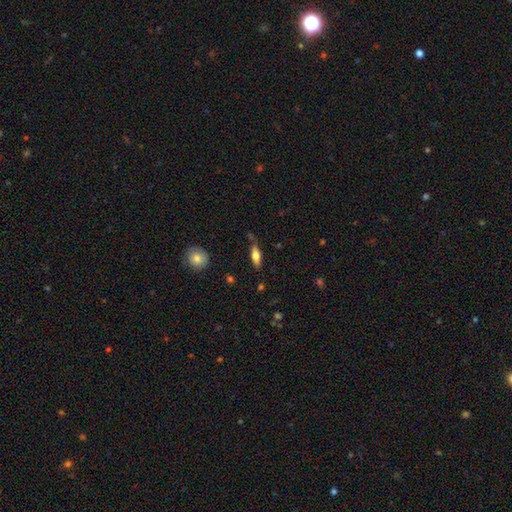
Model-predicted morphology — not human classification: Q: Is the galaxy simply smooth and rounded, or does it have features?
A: smooth — 61%.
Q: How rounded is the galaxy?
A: in between — 57%.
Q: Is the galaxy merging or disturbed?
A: none — 72%.